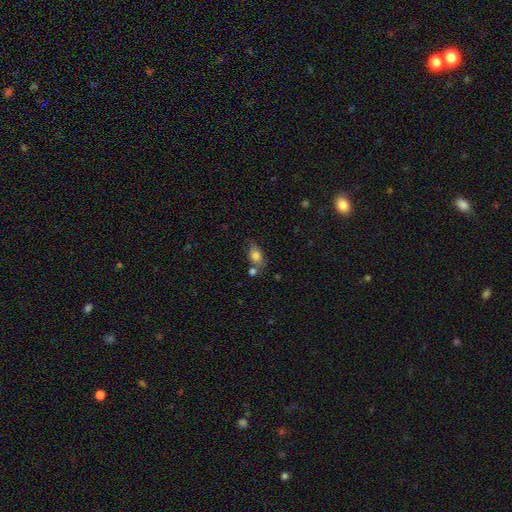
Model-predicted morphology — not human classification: smooth-or-featured: smooth: 79% | featured or disk: 12% | star or artifact: 9%
  how-rounded: in between: 80% | round: 16% | cigar-shaped: 4%
  merging: none: 60% | merger: 18% | minor disturbance: 17% | major disturbance: 5%